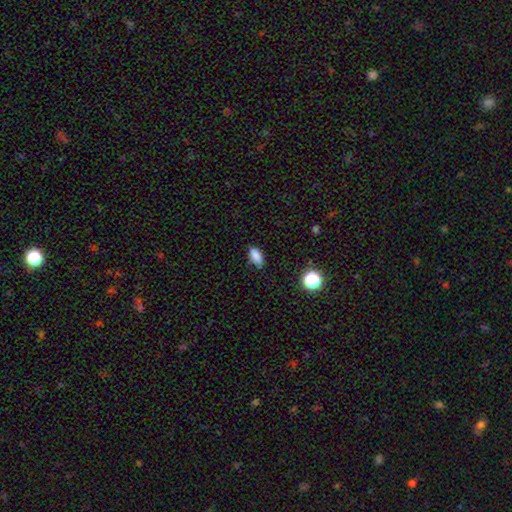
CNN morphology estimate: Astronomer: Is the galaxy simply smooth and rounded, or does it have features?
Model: smooth — 85%.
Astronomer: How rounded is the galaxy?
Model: in between — 87%.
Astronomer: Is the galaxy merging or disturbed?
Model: none — 78%.